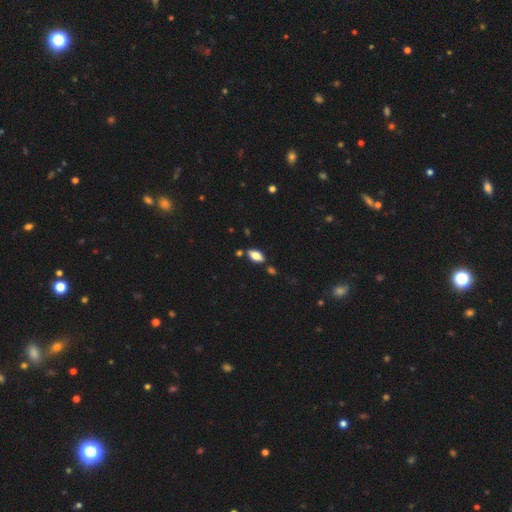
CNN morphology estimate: The model was most divided on "smooth or featured": smooth: 77%, featured or disk: 15%, star or artifact: 8%. More confident: how rounded — in between (91%); merging — none (80%).